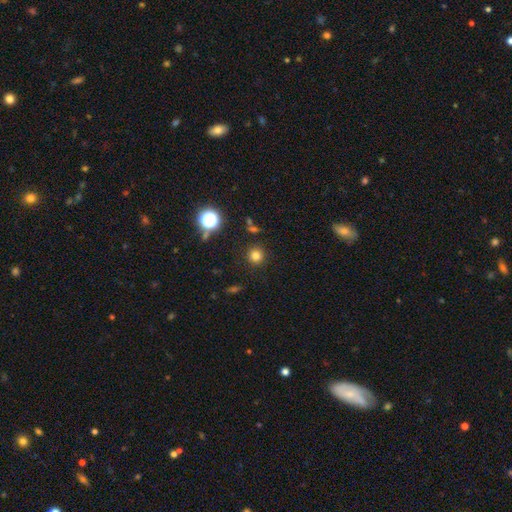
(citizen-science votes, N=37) This appears to be a smooth galaxy with no disk features (89%) that is round (97%). Merging: none (94%).